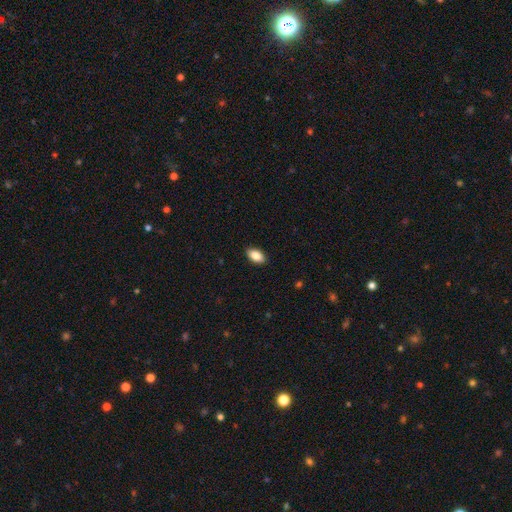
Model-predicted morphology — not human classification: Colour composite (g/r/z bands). It shows a smooth galaxy with no disk features (86%) that is in between round and cigar-shaped (93%). Merging: none (90%).